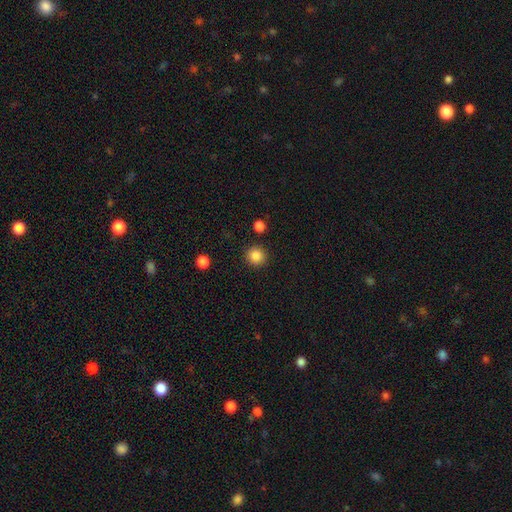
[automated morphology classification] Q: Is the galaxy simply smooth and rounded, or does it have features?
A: smooth — 87%.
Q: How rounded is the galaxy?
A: round — 92%.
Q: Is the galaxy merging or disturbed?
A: none — 90%.